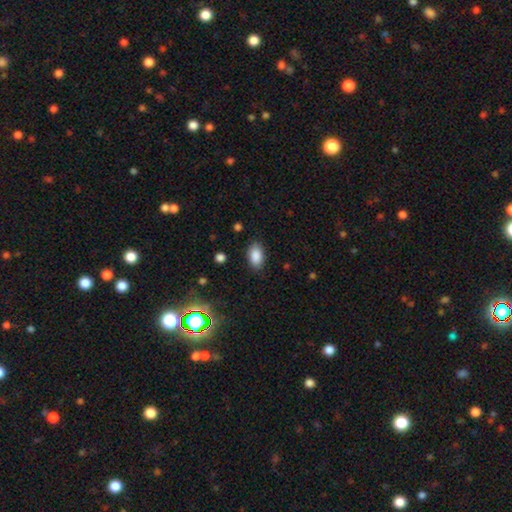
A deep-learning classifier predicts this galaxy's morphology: Smooth or featured? smooth (87%)
How rounded? in between (92%)
Merging? none (85%)